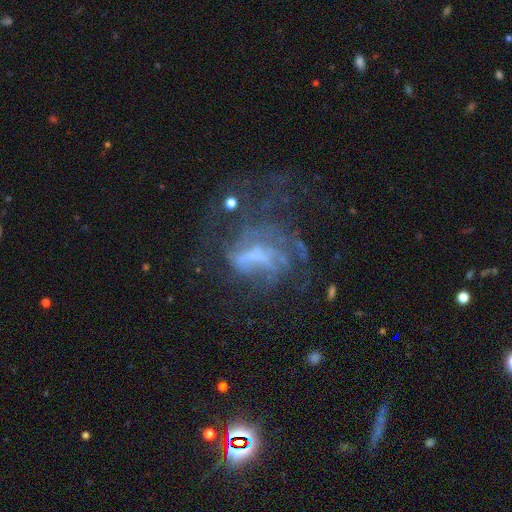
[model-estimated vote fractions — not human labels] Q: Smooth or featured?
A: featured or disk (66%); runner-up: star or artifact (18%)
Q: Edge-on disk?
A: no (96%); runner-up: yes (4%)
Q: Bar?
A: no (52%); runner-up: weak (32%)
Q: Spiral arms?
A: no (52%); runner-up: yes (48%)
Q: Bulge size?
A: none (51%); runner-up: moderate (21%)
Q: Merging?
A: major disturbance (44%); runner-up: none (35%)